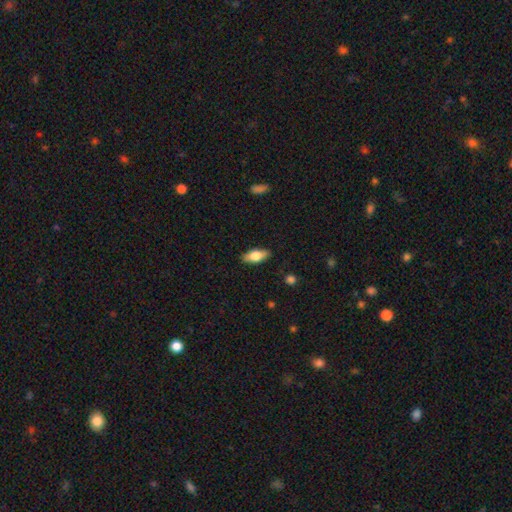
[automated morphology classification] This appears to be a smooth galaxy with no disk features (72%) that is in between round and cigar-shaped (82%). Merging: none (87%).